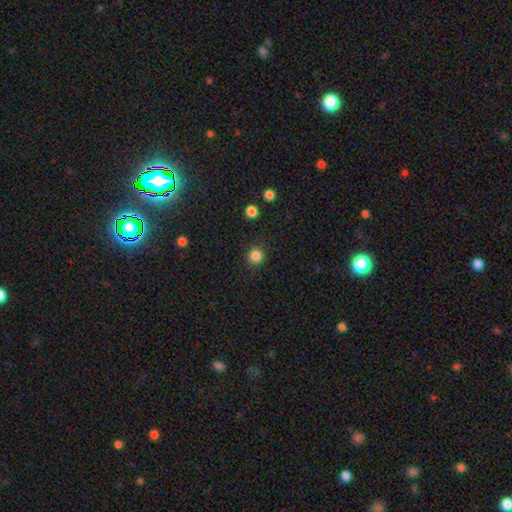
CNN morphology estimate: smooth-or-featured: smooth: 85% | star or artifact: 12% | featured or disk: 3%
  how-rounded: round: 94% | in between: 5% | cigar-shaped: 1%
  merging: none: 91% | minor disturbance: 6% | major disturbance: 2% | merger: 1%